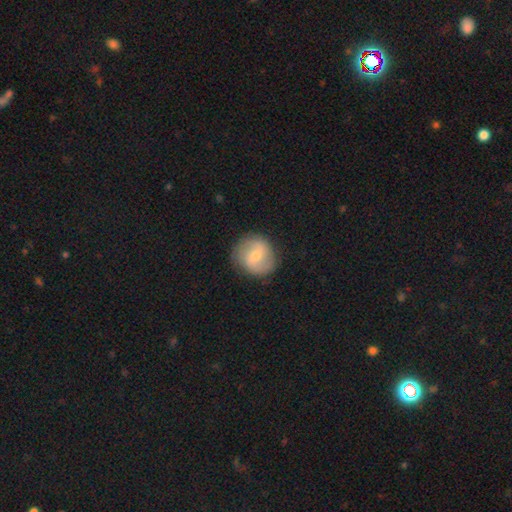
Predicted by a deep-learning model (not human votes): smooth_or_featured: featured or disk (p=0.48) [alt: smooth p=0.45]
merging: none (p=0.82) [alt: minor disturbance p=0.13]